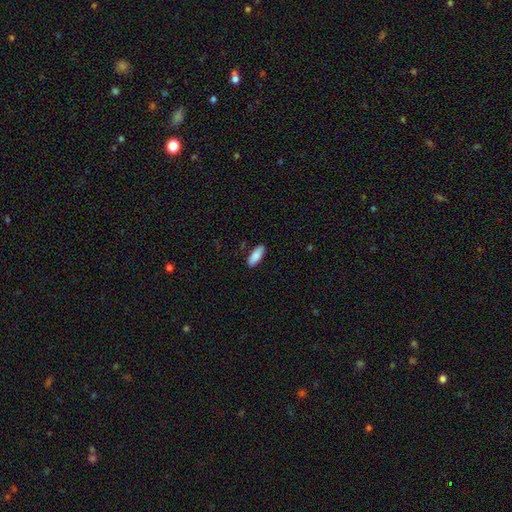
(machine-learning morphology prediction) This appears to be a smooth galaxy with no disk features (89%) that is in between round and cigar-shaped (75%). Merging: none (89%).